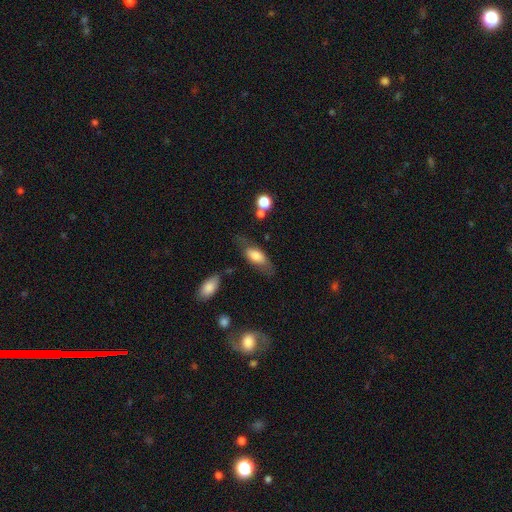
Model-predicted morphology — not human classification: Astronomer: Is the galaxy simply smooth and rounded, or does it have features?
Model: smooth — 67%.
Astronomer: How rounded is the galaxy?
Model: in between — 79%.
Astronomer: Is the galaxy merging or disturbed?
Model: none — 62%.